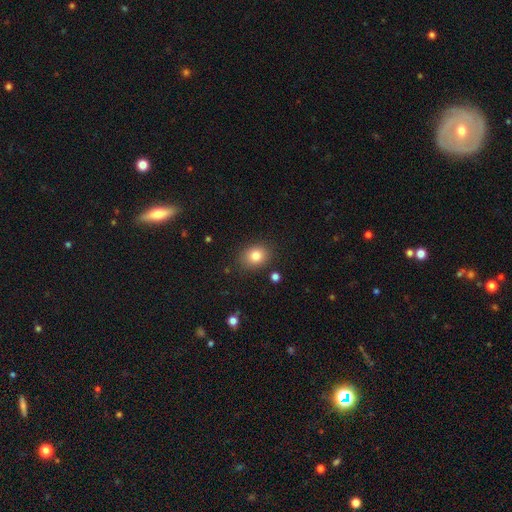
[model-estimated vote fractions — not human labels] This appears to be a smooth galaxy with no disk features (83%) that is in between round and cigar-shaped (51%). Merging: none (84%).